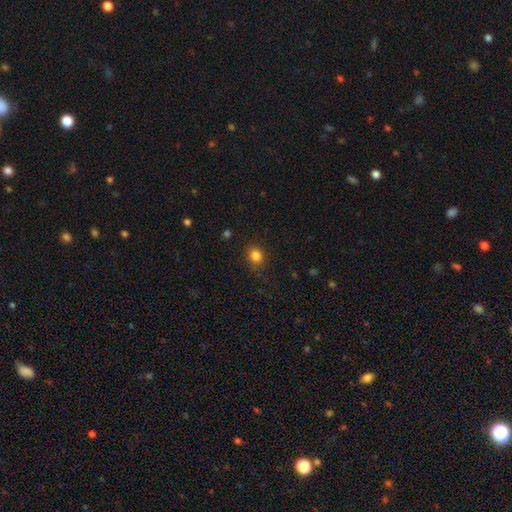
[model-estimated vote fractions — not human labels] This is clearly a smooth galaxy (83%). How rounded: likely round (68%). Merging: clearly none (83%).